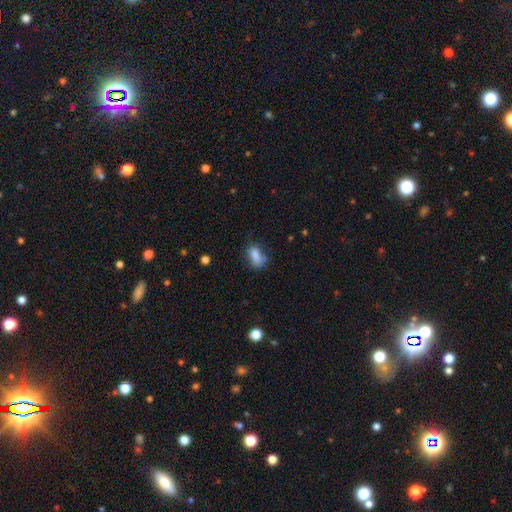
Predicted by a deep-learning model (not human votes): Morphology: type=smooth (80%); roundness=in between (84%); merging=none (49%).